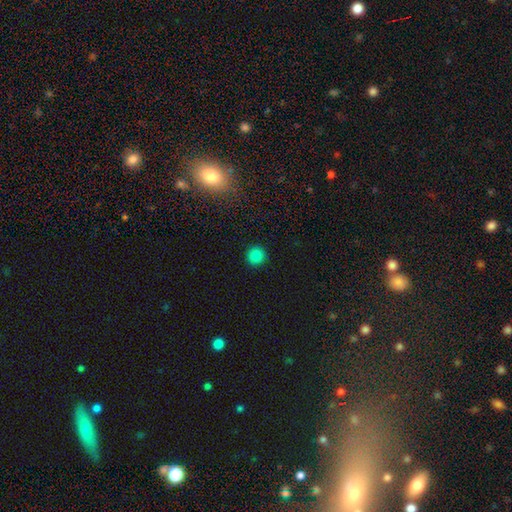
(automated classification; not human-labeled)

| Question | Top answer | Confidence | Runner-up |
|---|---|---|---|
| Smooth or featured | smooth | 84% | star or artifact (12%) |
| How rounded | round | 95% | in between (4%) |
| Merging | none | 93% | minor disturbance (4%) |